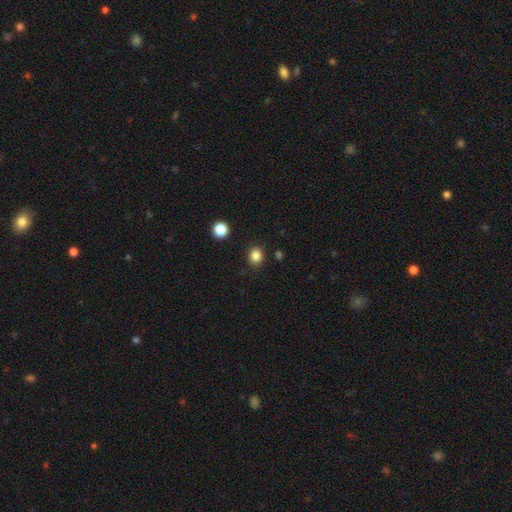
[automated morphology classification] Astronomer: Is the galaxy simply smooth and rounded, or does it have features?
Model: smooth — 84%.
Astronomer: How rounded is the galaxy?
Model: round — 78%.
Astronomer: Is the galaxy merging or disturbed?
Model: none — 89%.